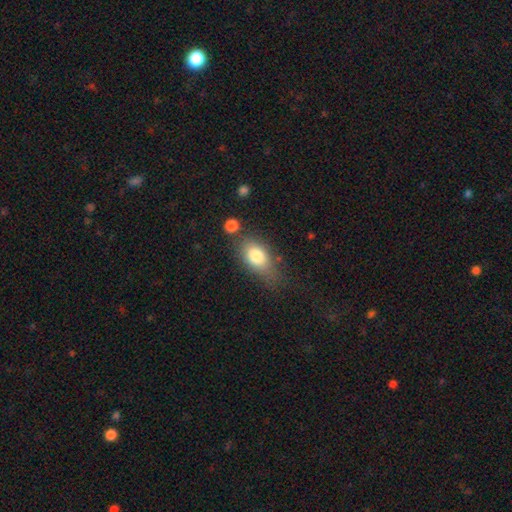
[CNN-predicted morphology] smooth 80%, featured or disk 13%, star or artifact 8%. Down the decision tree: how rounded — in between (85%); merging — none (59%).